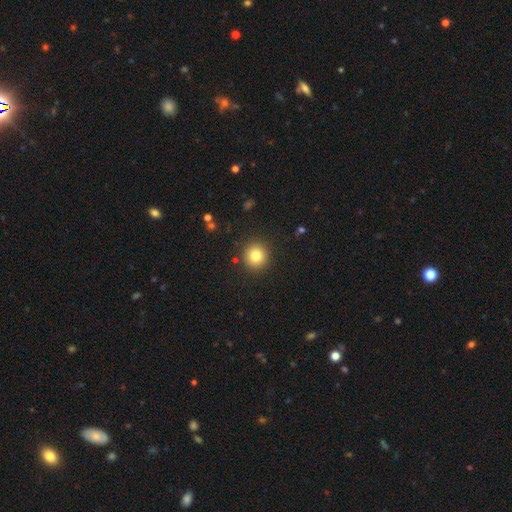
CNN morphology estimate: This appears to be a smooth galaxy with no disk features (82%) that is round (93%). Merging: none (90%).